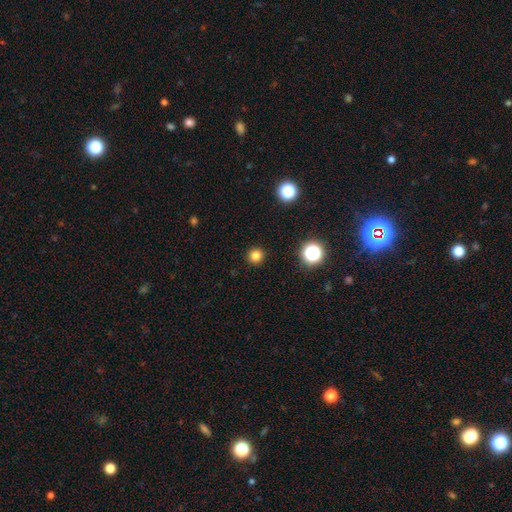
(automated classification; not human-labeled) Smooth or featured? smooth (81%)
How rounded? round (95%)
Merging? none (93%)